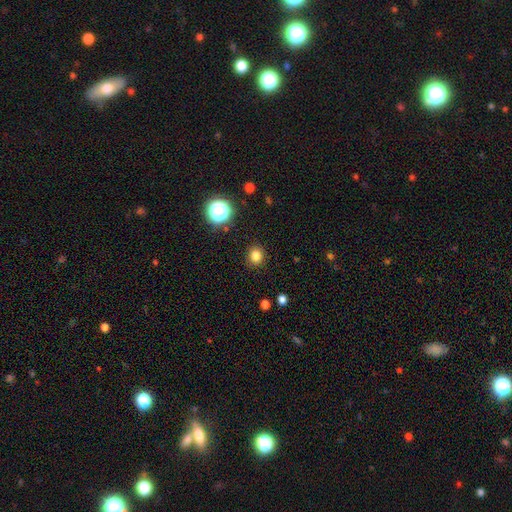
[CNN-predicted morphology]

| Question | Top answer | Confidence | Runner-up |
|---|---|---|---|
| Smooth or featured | smooth | 81% | star or artifact (14%) |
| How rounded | round | 79% | in between (20%) |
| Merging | none | 90% | minor disturbance (6%) |